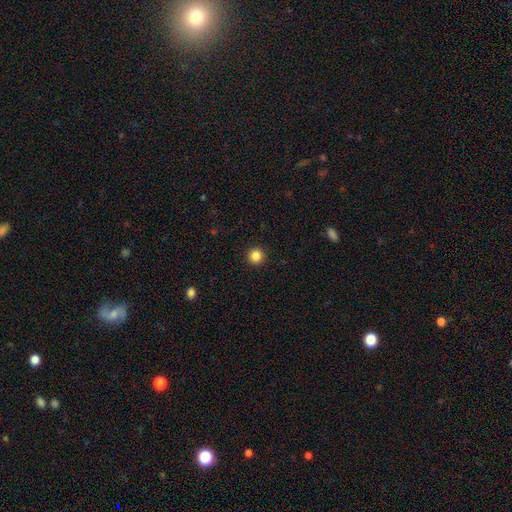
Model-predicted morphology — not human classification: Q: Smooth or featured?
A: smooth (85%); runner-up: star or artifact (11%)
Q: How rounded?
A: round (96%); runner-up: in between (3%)
Q: Merging?
A: none (93%); runner-up: minor disturbance (4%)